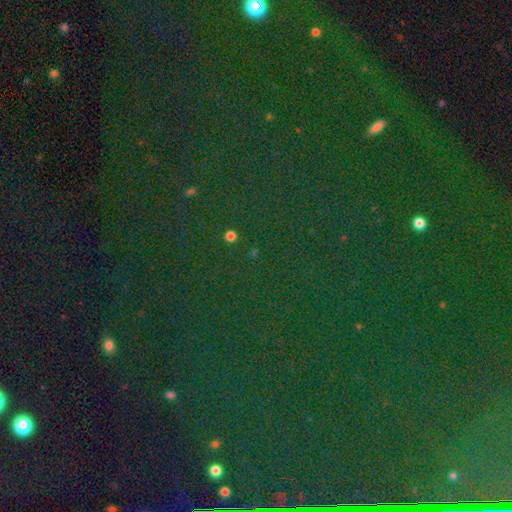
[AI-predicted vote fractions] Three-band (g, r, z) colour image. It shows a star or artifact, not a galaxy (77%).